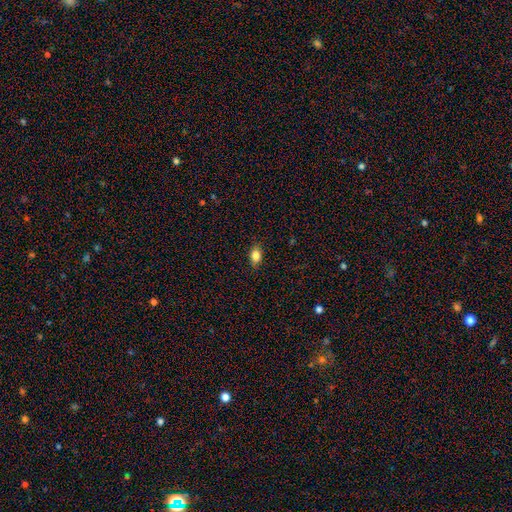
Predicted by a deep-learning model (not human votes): smooth 84%, star or artifact 9%, featured or disk 7%. Down the decision tree: how rounded — in between (82%); merging — none (86%).